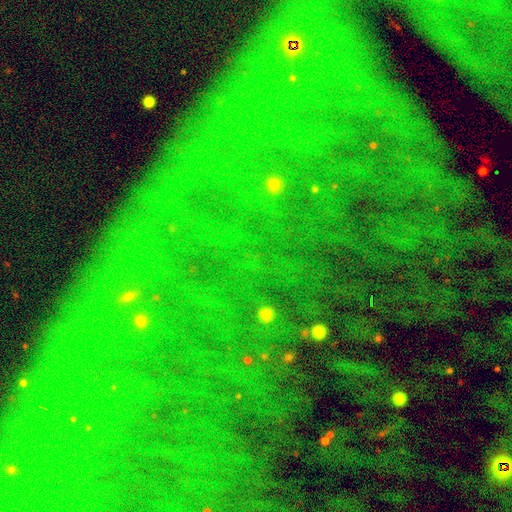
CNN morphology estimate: A star or artifact, not a galaxy (84%).